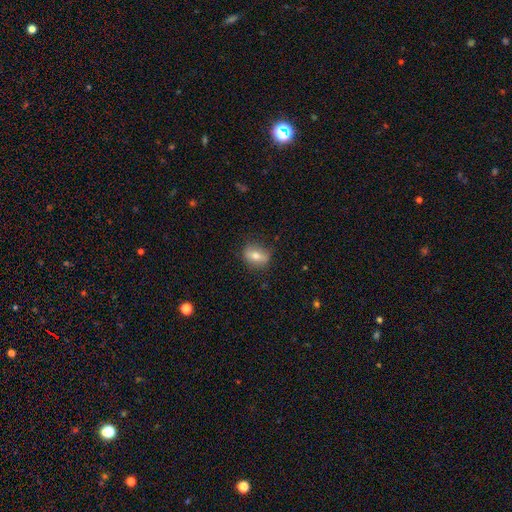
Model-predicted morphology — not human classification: smooth-or-featured: smooth: 63% | featured or disk: 29% | star or artifact: 9%
  how-rounded: in between: 64% | round: 32% | cigar-shaped: 5%
  merging: none: 78% | minor disturbance: 16% | major disturbance: 4% | merger: 1%